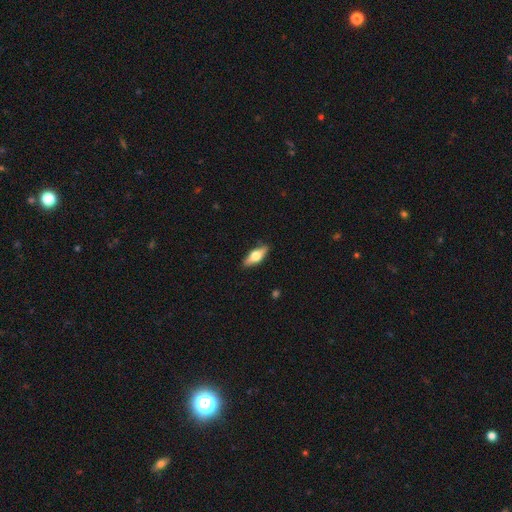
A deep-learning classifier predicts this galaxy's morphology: Smooth or featured? Predicted: smooth (p=0.50). How rounded? Predicted: in between (p=0.66). Merging? Predicted: none (p=0.87).